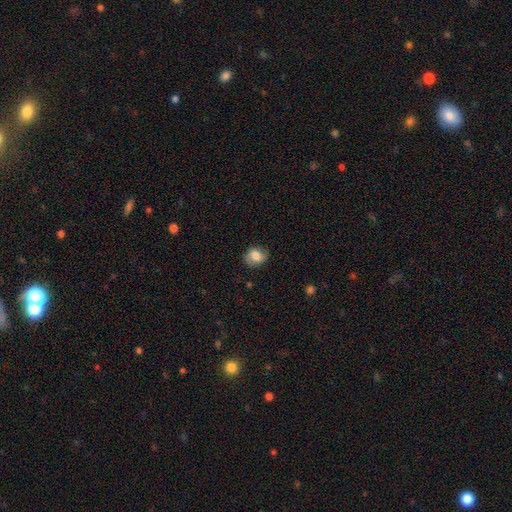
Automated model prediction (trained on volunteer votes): Smooth or featured? smooth (76%)
How rounded? round (57%)
Merging? none (76%)